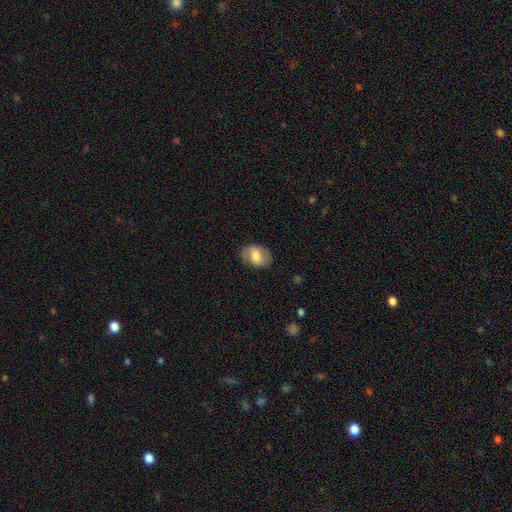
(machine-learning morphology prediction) Smooth or featured? smooth (57%)
How rounded? in between (72%)
Merging? none (74%)